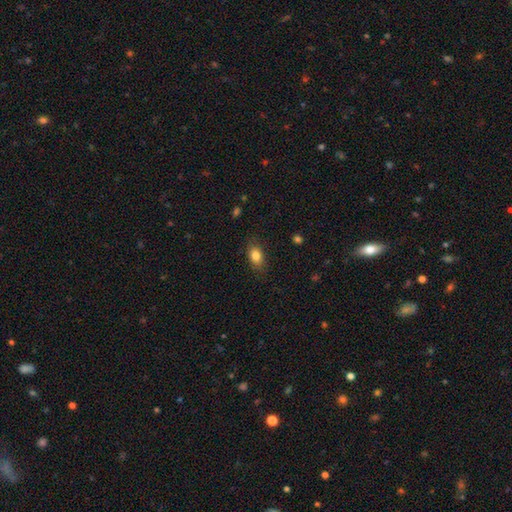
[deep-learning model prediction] Smooth or featured? smooth (82%)
How rounded? in between (83%)
Merging? none (82%)